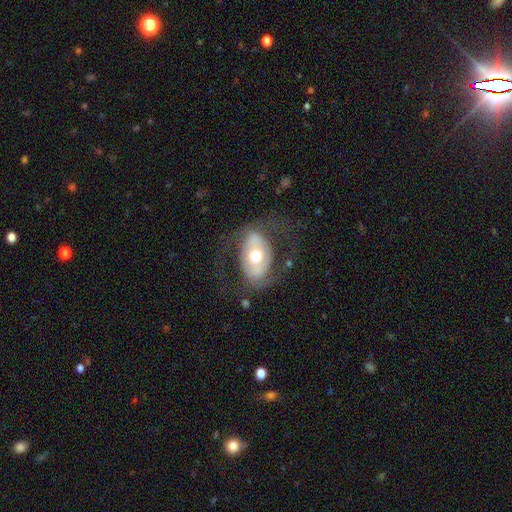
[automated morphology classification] Smooth or featured? Predicted: featured or disk (p=0.56). Edge-on disk? Predicted: no (p=0.92). Bar? Predicted: no (p=0.61). Spiral arms? Predicted: no (p=0.58). Bulge size? Predicted: moderate (p=0.70). Merging? Predicted: none (p=0.65).